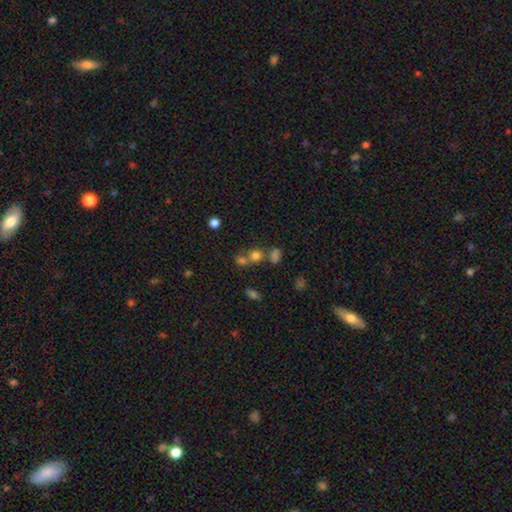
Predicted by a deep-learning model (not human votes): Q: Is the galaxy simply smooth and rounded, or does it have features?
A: smooth — 70%.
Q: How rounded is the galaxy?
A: round — 78%.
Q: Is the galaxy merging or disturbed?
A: none — 46%.